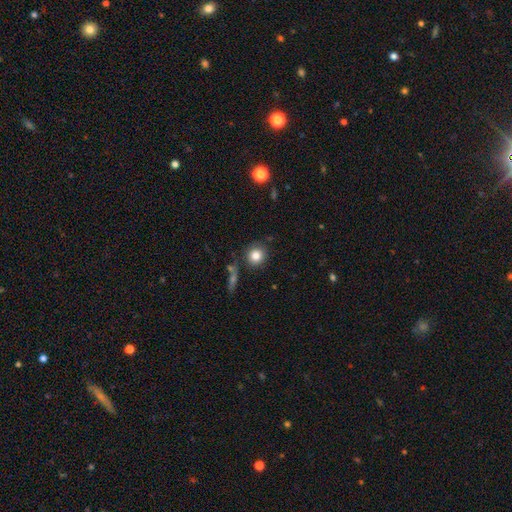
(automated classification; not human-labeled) Smooth or featured?
  - smooth: 81% *
  - star or artifact: 10%
  - featured or disk: 8%
How rounded?
  - round: 88% *
  - in between: 11%
  - cigar-shaped: 1%
Merging?
  - none: 82% *
  - minor disturbance: 10%
  - merger: 5%
  - major disturbance: 3%